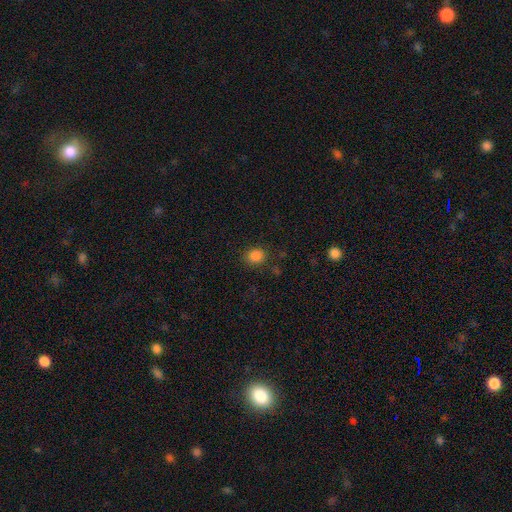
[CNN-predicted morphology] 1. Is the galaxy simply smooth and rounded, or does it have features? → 84% smooth, 12% star or artifact, 4% featured or disk.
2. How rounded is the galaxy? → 64% round, 35% in between, 1% cigar-shaped.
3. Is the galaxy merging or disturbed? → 84% none, 10% minor disturbance, 3% major disturbance, 2% merger.